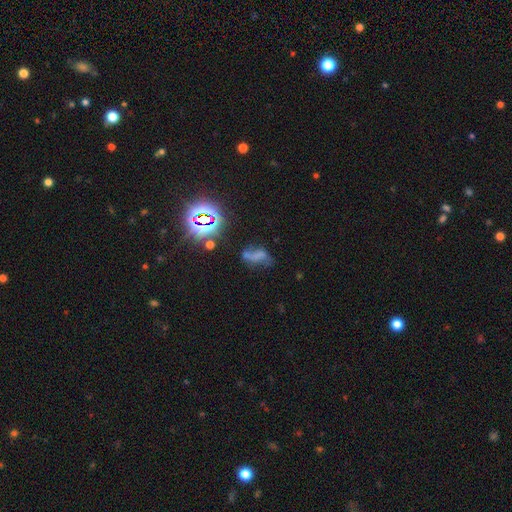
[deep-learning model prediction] smooth-or-featured: smooth: 37% | featured or disk: 35% | star or artifact: 28%
  merging: none: 35% | major disturbance: 27% | minor disturbance: 24% | merger: 14%